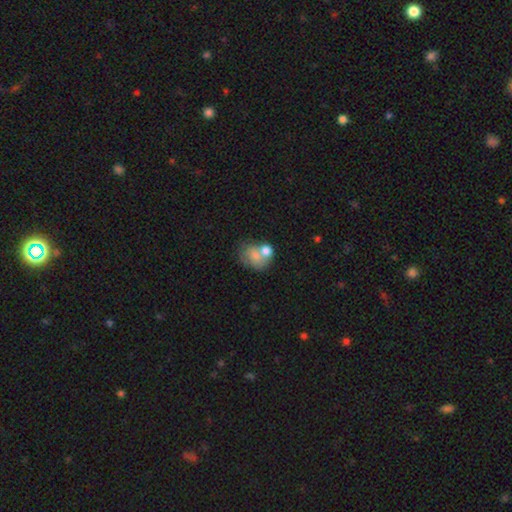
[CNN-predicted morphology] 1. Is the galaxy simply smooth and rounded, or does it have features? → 70% smooth, 21% featured or disk, 9% star or artifact.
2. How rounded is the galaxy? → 50% in between, 49% round, 1% cigar-shaped.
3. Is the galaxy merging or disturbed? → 46% merger, 29% none, 15% minor disturbance, 10% major disturbance.